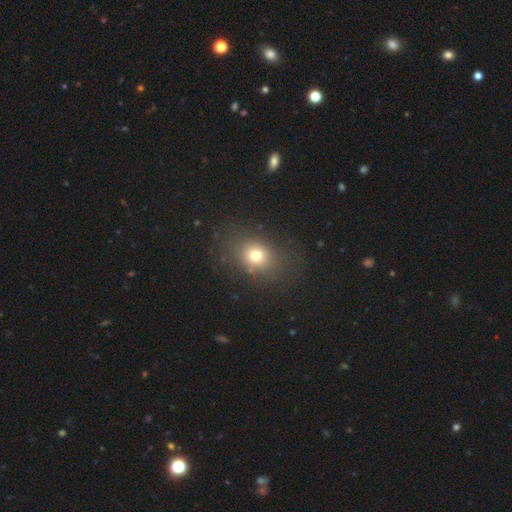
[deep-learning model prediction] This appears to be a smooth galaxy with no disk features (72%) that is round (53%). Merging: none (79%).